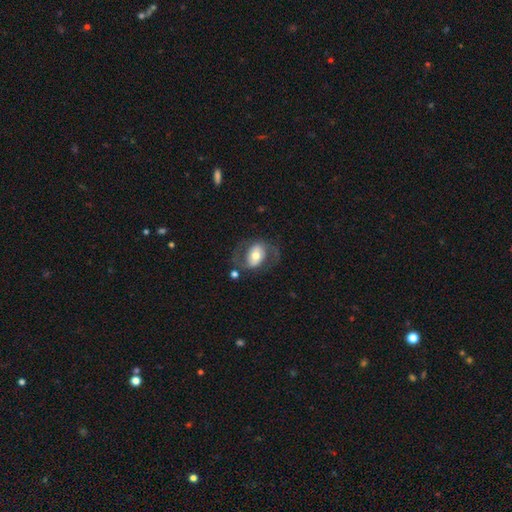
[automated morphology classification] type=featured or disk (61%); edge-on=no (95%); bar=no (44%); spiral arms=yes (71%); bulge=moderate (63%); merging=none (62%).